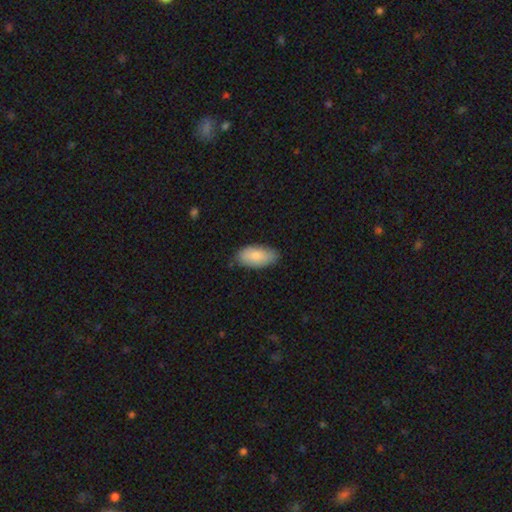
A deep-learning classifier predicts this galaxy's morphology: Smooth or featured? Predicted: smooth (p=0.85). How rounded? Predicted: in between (p=0.94). Merging? Predicted: none (p=0.79).